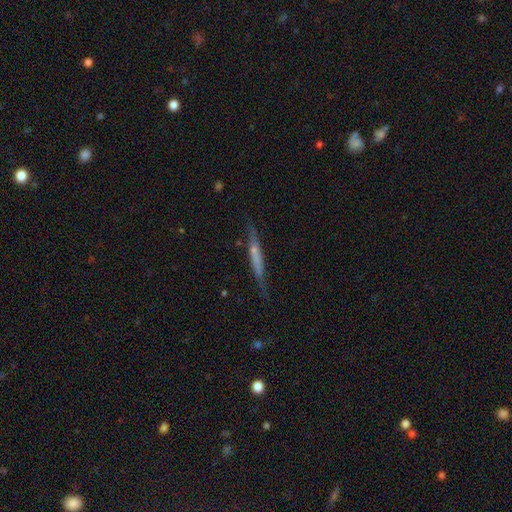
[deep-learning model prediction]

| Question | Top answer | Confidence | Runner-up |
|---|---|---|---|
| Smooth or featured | featured or disk | 54% | smooth (39%) |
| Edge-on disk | yes | 93% | no (7%) |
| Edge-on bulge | none | 64% | rounded (26%) |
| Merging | none | 73% | minor disturbance (20%) |